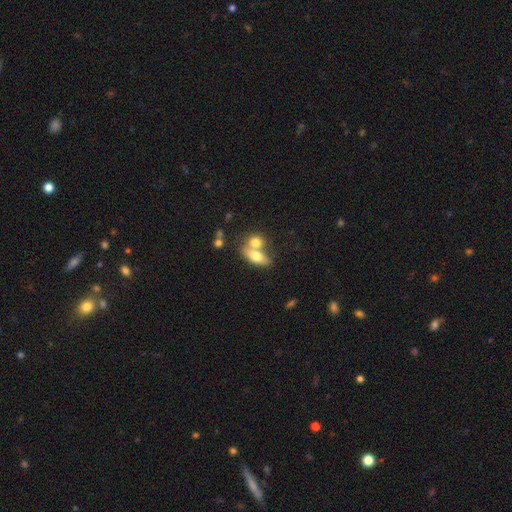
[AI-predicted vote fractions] Smooth or featured: smooth — 71% (featured or disk — 22%)
How rounded: in between — 75% (cigar-shaped — 14%)
Merging: merger — 53% (none — 34%)